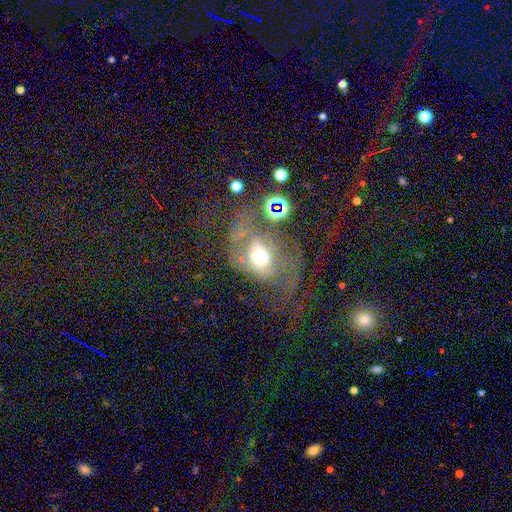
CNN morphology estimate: Q: Smooth or featured?
A: featured or disk (56%); runner-up: smooth (26%)
Q: Edge-on disk?
A: no (93%); runner-up: yes (7%)
Q: Bar?
A: no (71%); runner-up: weak (20%)
Q: Spiral arms?
A: yes (57%); runner-up: no (43%)
Q: Bulge size?
A: moderate (67%); runner-up: large (18%)
Q: Merging?
A: major disturbance (41%); runner-up: none (31%)